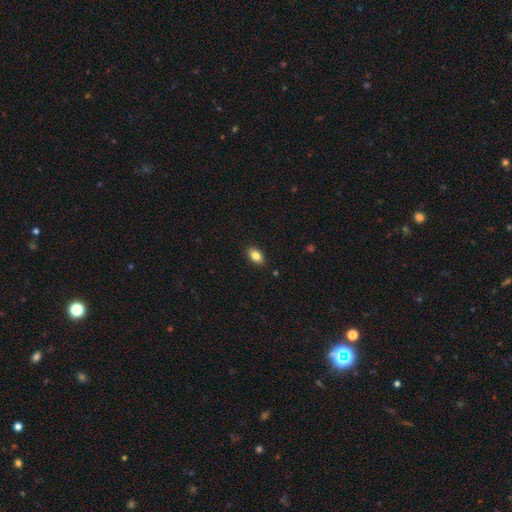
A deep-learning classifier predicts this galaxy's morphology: smooth_or_featured: smooth (p=0.84) [alt: star or artifact p=0.08]
how_rounded: in between (p=0.89) [alt: round p=0.10]
merging: none (p=0.89) [alt: minor disturbance p=0.08]